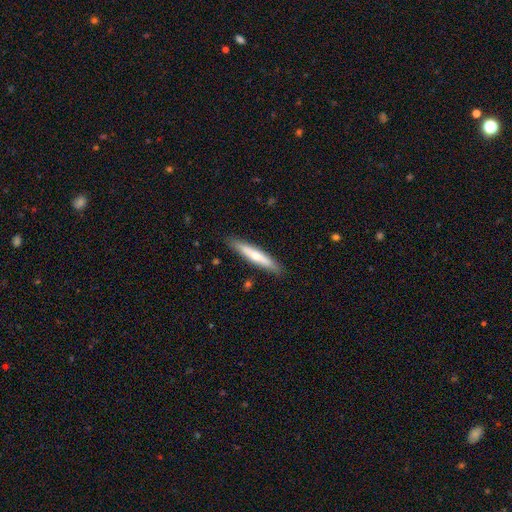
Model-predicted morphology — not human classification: This appears to be a smooth galaxy with no disk features (60%) that is cigar-shaped (92%). Merging: none (89%).